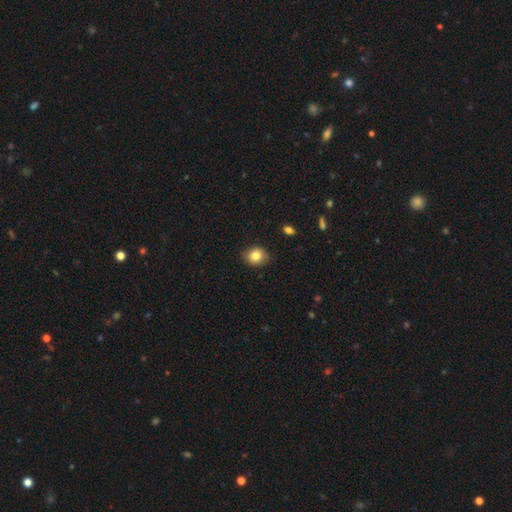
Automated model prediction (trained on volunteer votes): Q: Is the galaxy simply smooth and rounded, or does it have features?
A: smooth — 82%.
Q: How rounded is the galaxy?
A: round — 65%.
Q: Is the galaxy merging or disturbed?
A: none — 86%.